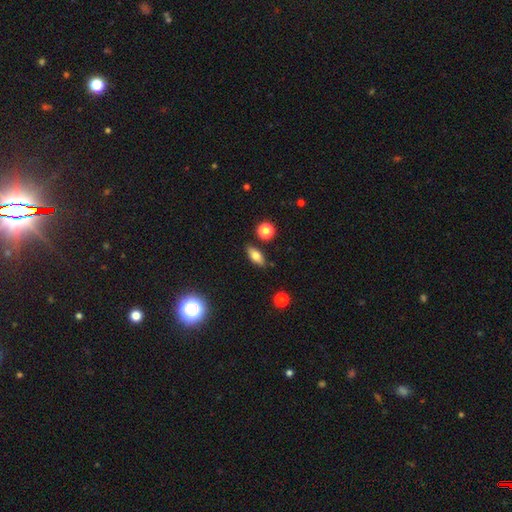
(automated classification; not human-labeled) A smooth galaxy with no disk features (66%) that is in between round and cigar-shaped (74%).

Vote fractions:
- Smooth or featured? smooth: 66% / featured or disk: 24% / star or artifact: 10%
- How rounded? in between: 74% / cigar-shaped: 20% / round: 6%
- Merging? none: 85% / minor disturbance: 10% / merger: 3% / major disturbance: 2%